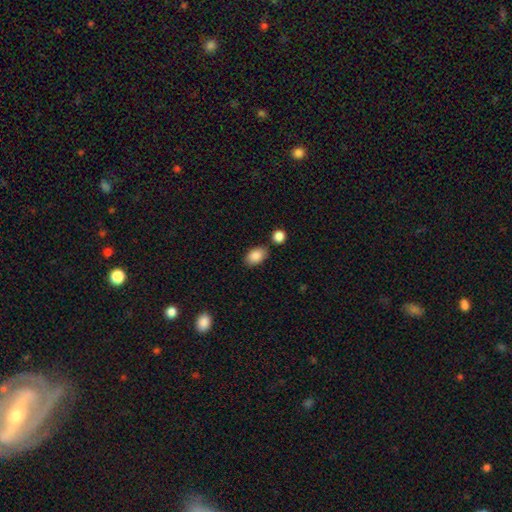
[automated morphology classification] Overall: smooth (88%). How rounded: in between (89%). Merging: none (76%).